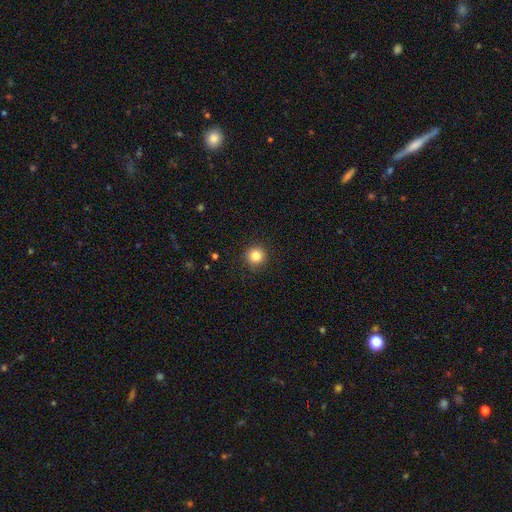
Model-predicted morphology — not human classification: A smooth galaxy with no disk features (83%) that is round (95%).

Vote fractions:
- Smooth or featured? smooth: 83% / star or artifact: 11% / featured or disk: 6%
- How rounded? round: 95% / in between: 4% / cigar-shaped: 1%
- Merging? none: 92% / minor disturbance: 5% / major disturbance: 2% / merger: 1%